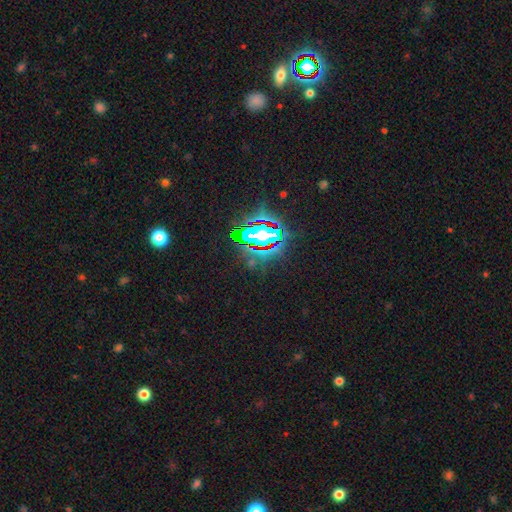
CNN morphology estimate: The model was most divided on "smooth or featured": star or artifact: 80%, smooth: 11%, featured or disk: 9%.